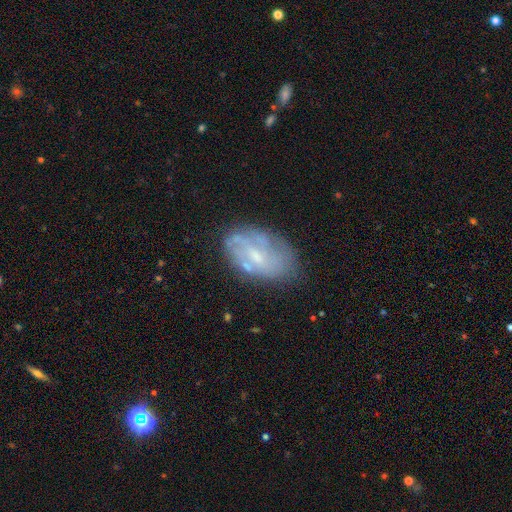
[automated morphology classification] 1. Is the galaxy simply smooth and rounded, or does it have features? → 58% featured or disk, 33% smooth, 9% star or artifact.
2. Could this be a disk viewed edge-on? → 96% no, 4% yes.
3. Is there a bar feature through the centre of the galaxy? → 53% no, 39% weak, 8% strong.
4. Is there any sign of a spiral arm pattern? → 50% no (tied), 50% yes (tied).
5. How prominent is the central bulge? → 49% small, 31% moderate, 18% none, 2% large, 1% dominant.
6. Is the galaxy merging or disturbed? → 60% none, 24% minor disturbance, 12% major disturbance, 4% merger.